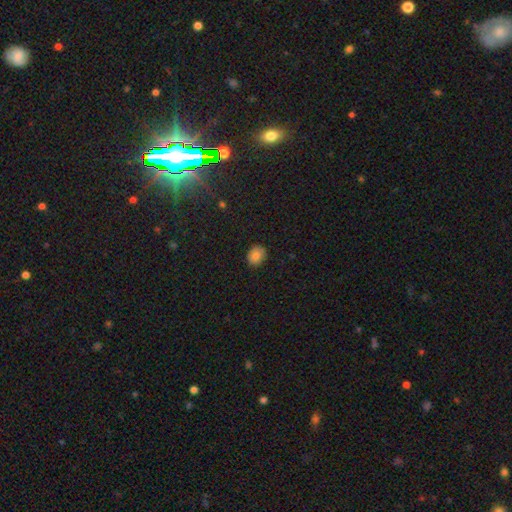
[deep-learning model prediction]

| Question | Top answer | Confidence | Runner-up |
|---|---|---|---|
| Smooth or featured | smooth | 82% | star or artifact (10%) |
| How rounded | round | 65% | in between (34%) |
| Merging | none | 85% | minor disturbance (12%) |